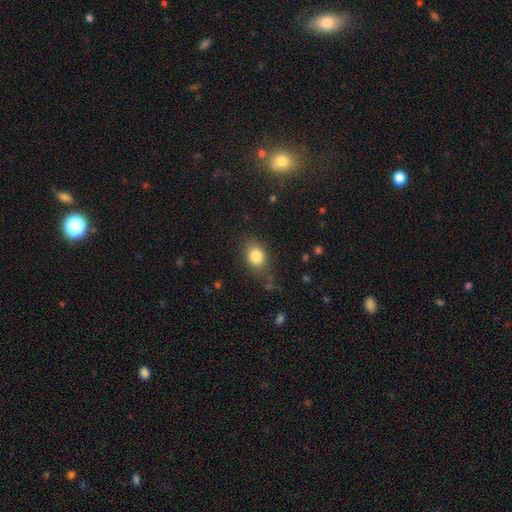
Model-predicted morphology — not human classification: Smooth or featured?
  - smooth: 83% *
  - star or artifact: 9%
  - featured or disk: 7%
How rounded?
  - in between: 57% *
  - round: 41%
  - cigar-shaped: 1%
Merging?
  - none: 75% *
  - minor disturbance: 17%
  - major disturbance: 6%
  - merger: 2%